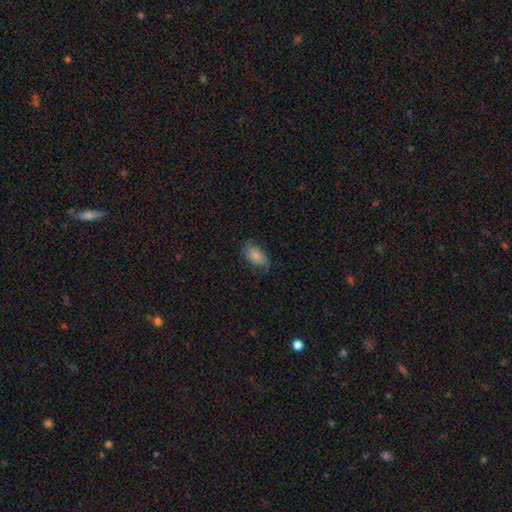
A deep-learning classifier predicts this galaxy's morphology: type=smooth (73%); roundness=in between (92%); merging=none (63%).